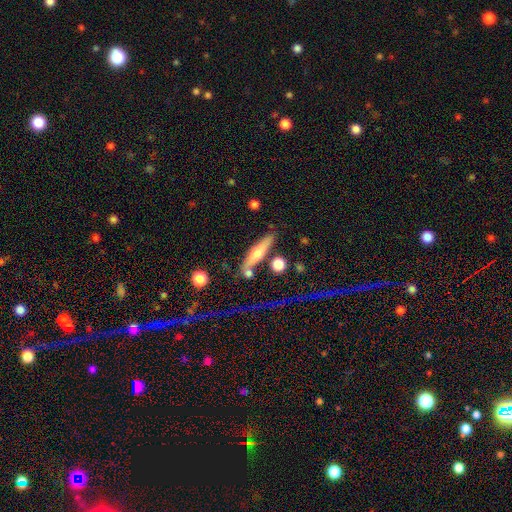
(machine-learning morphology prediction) smooth-or-featured: smooth: 48% | featured or disk: 45% | star or artifact: 7%
  merging: none: 69% | minor disturbance: 15% | merger: 11% | major disturbance: 6%